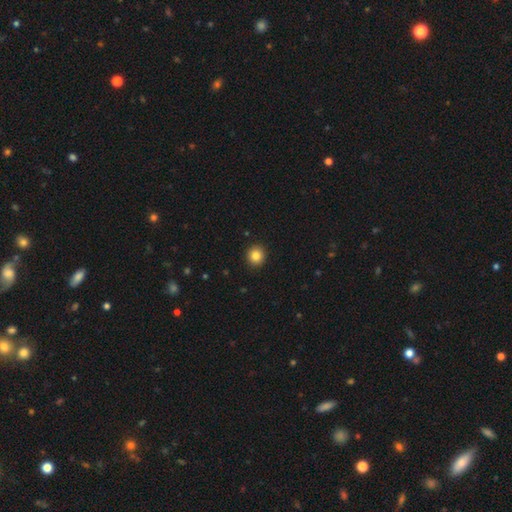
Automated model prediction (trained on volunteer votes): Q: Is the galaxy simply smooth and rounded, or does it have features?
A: smooth — 85%.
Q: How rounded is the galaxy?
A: round — 91%.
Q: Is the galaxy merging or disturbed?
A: none — 93%.